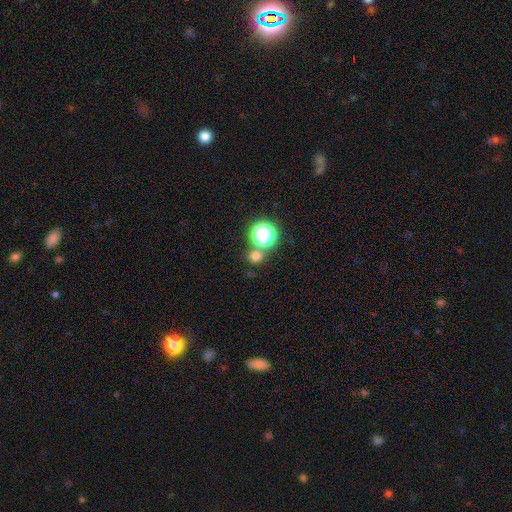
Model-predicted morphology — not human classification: A smooth galaxy with no disk features (68%) that is round (87%).

Vote fractions:
- Smooth or featured? smooth: 68% / star or artifact: 26% / featured or disk: 6%
- How rounded? round: 87% / in between: 12% / cigar-shaped: 1%
- Merging? none: 71% / merger: 19% / minor disturbance: 7% / major disturbance: 3%